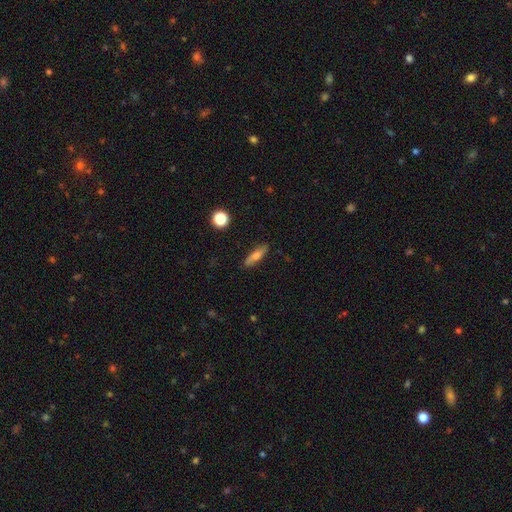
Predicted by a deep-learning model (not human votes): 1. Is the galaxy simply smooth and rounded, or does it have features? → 68% smooth, 25% featured or disk, 8% star or artifact.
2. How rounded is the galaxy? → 62% cigar-shaped, 35% in between, 3% round.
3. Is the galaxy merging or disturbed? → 86% none, 11% minor disturbance, 2% major disturbance, 1% merger.